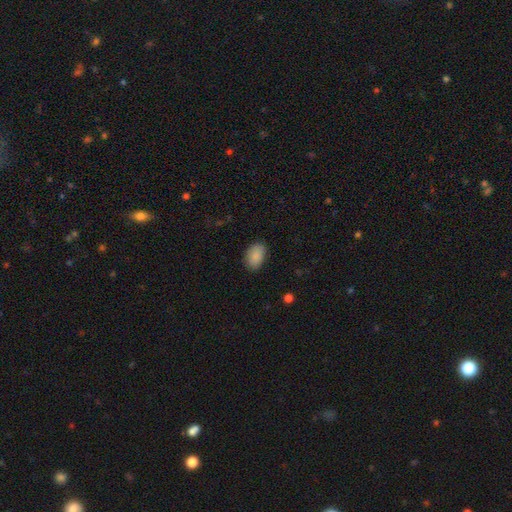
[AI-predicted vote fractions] Smooth or featured? smooth (89%)
How rounded? in between (89%)
Merging? none (85%)